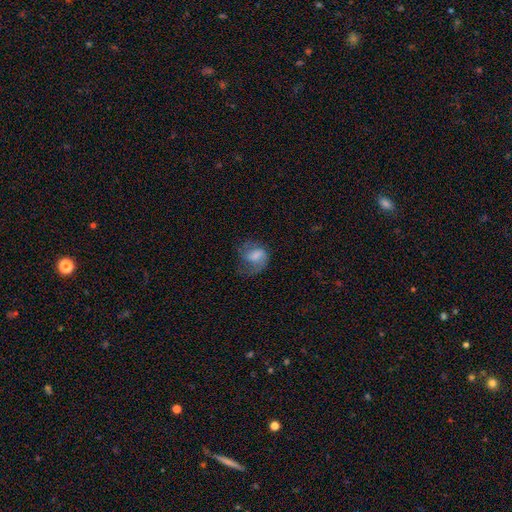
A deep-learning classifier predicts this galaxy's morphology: This appears to be a smooth galaxy with no disk features (51%) that is in between round and cigar-shaped (53%). Merging: none (38%).